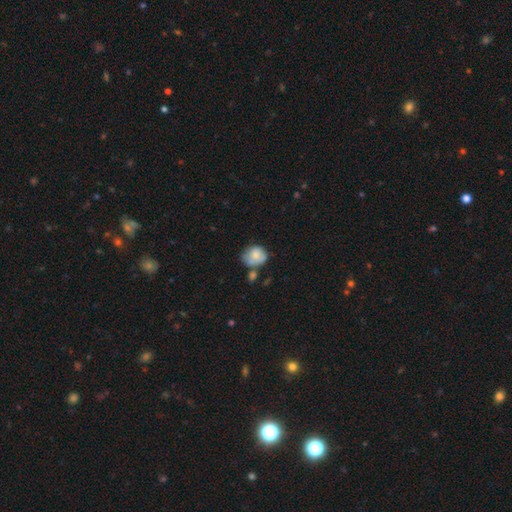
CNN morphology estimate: A smooth galaxy with no disk features (73%) that is round (63%). Merging: none (40%).